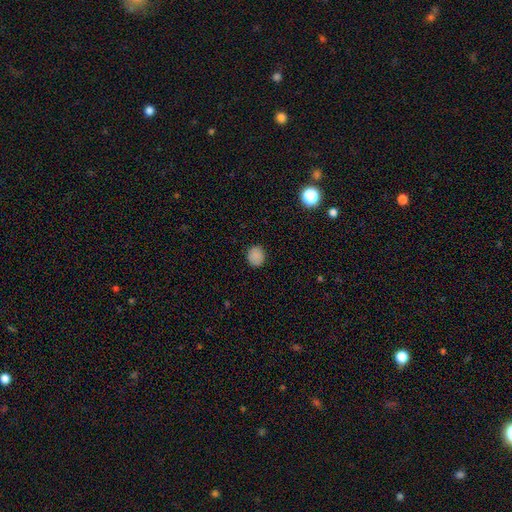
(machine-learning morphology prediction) This is clearly a smooth galaxy (86%). How rounded: likely round (78%). Merging: clearly none (89%).